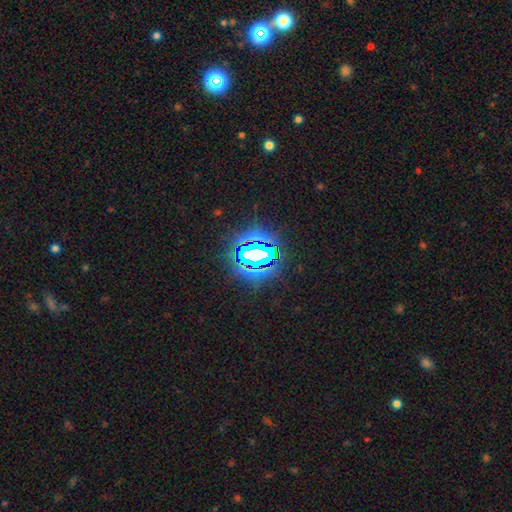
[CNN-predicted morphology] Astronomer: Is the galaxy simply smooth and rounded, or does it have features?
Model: star or artifact — 73%.